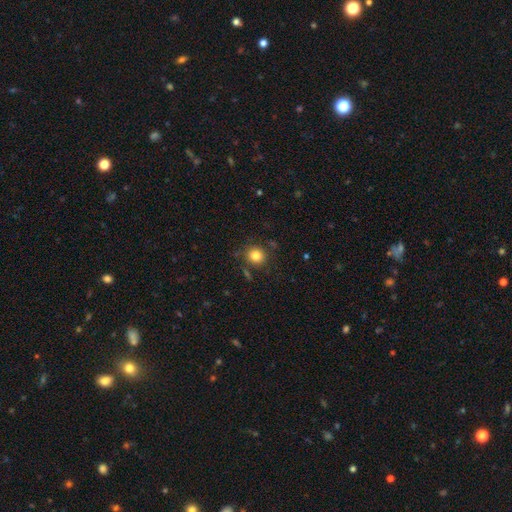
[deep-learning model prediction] Overall: smooth (81%). How rounded: round (87%). Merging: none (82%).